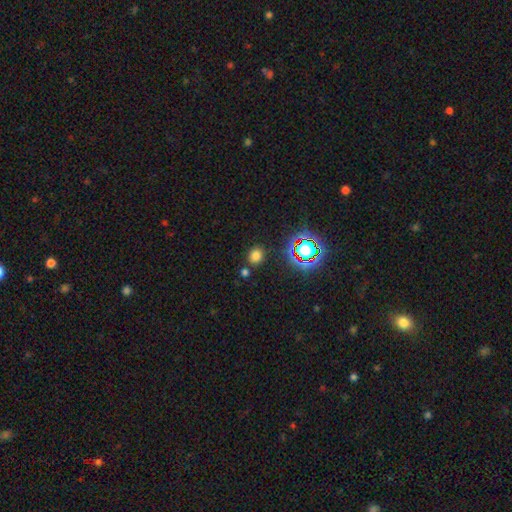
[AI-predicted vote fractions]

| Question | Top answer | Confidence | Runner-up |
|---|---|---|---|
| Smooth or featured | smooth | 72% | star or artifact (23%) |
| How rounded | round | 69% | in between (29%) |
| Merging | none | 82% | minor disturbance (9%) |